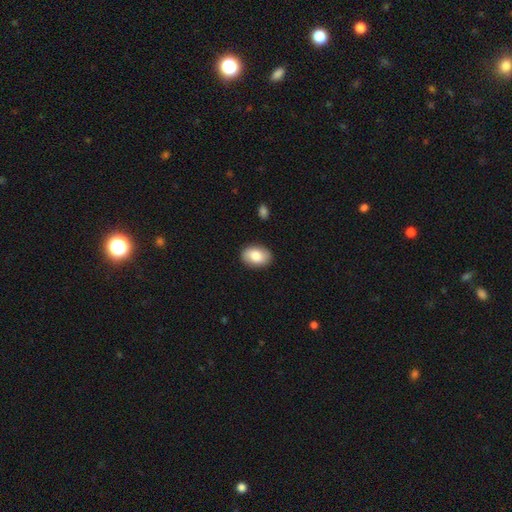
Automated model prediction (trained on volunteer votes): This is clearly a smooth galaxy (83%). How rounded: clearly in between (85%). Merging: clearly none (88%).